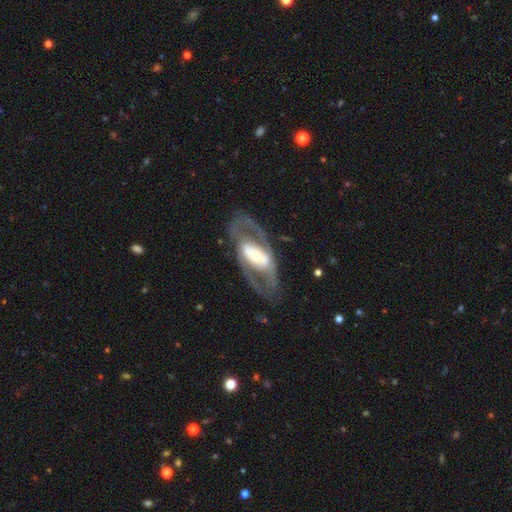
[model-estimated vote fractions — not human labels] A featured or disk galaxy (82%) with a strong bar (48%), 2 (83%) medium (49%) spiral arms (67%) and a moderate central bulge (45%).

Vote fractions:
- Smooth or featured? featured or disk: 82% / smooth: 13% / star or artifact: 5%
- Edge-on disk? no: 91% / yes: 9%
- Bar? strong: 48% / no: 26% / weak: 25%
- Spiral arms? yes: 67% / no: 33%
- Spiral winding? medium: 49% / tight: 30% / loose: 21%
- Spiral arm count? 2: 83% / can't tell: 10% / 1: 3% / 3: 2% / 4: 1% / more than 4: 1%
- Bulge size? moderate: 45% / small: 35% / large: 16% / dominant: 2% / none: 1%
- Merging? none: 72% / major disturbance: 13% / minor disturbance: 13% / merger: 2%